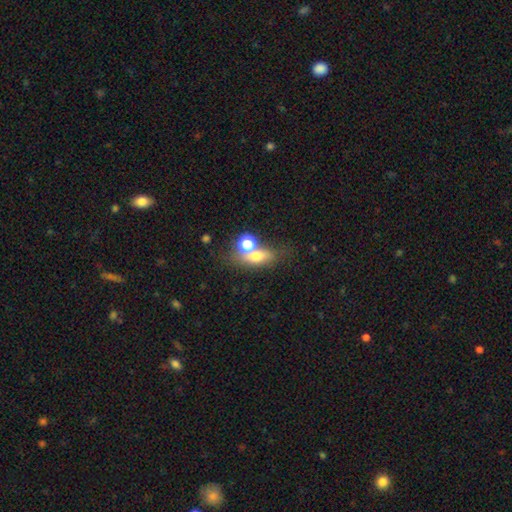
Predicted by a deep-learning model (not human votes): smooth 64%, featured or disk 21%, star or artifact 16%. Down the decision tree: how rounded — in between (59%); merging — none (47%).